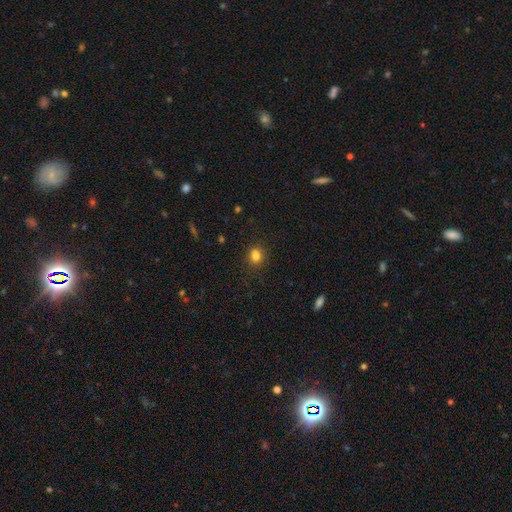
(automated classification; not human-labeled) Smooth or featured?
  - smooth: 80% *
  - star or artifact: 14%
  - featured or disk: 6%
How rounded?
  - round: 69% *
  - in between: 30%
  - cigar-shaped: 1%
Merging?
  - none: 79% *
  - minor disturbance: 12%
  - merger: 7%
  - major disturbance: 3%